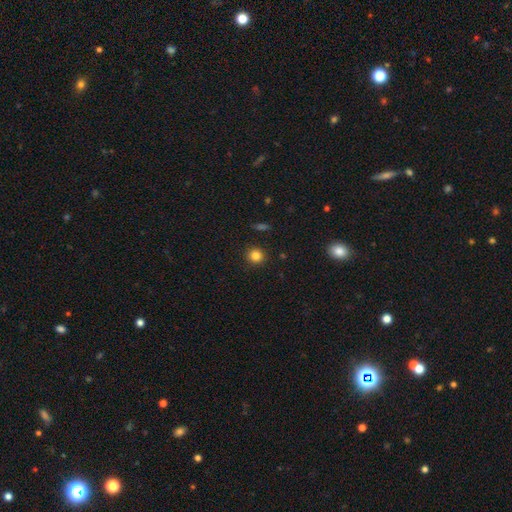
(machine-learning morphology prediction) A smooth galaxy with no disk features (83%) that is round (92%).

Vote fractions:
- Smooth or featured? smooth: 83% / star or artifact: 12% / featured or disk: 5%
- How rounded? round: 92% / in between: 7% / cigar-shaped: 1%
- Merging? none: 91% / minor disturbance: 6% / major disturbance: 2% / merger: 1%